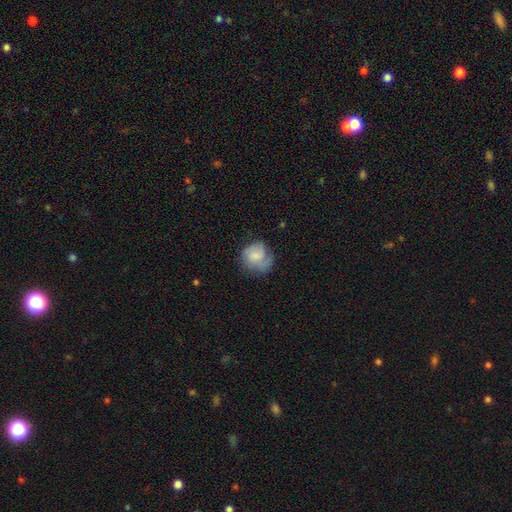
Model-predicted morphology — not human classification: Smooth or featured: smooth — 54% (featured or disk — 39%)
How rounded: round — 76% (in between — 23%)
Merging: none — 56% (minor disturbance — 27%)